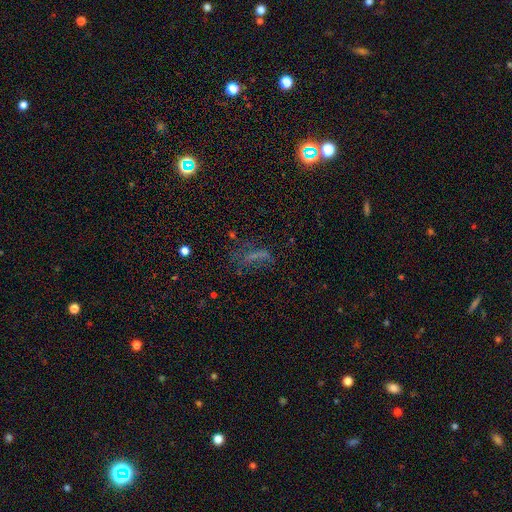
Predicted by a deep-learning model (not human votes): smooth-or-featured: smooth: 40% | star or artifact: 32% | featured or disk: 28%
  merging: none: 44% | major disturbance: 31% | minor disturbance: 20% | merger: 5%